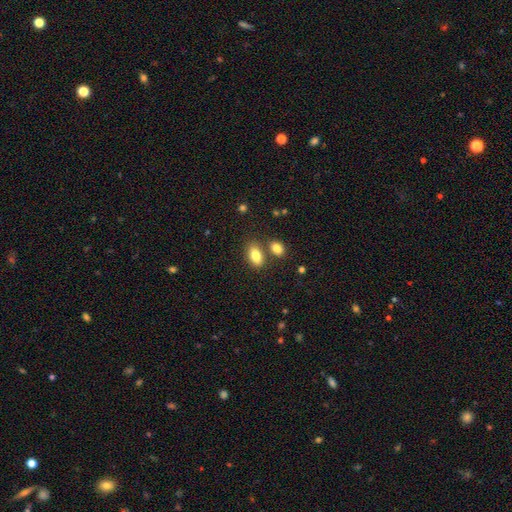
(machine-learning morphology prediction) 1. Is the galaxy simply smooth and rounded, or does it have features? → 84% smooth, 8% star or artifact, 8% featured or disk.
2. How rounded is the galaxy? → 90% in between, 7% round, 4% cigar-shaped.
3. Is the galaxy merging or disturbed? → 66% none, 20% merger, 11% minor disturbance, 3% major disturbance.